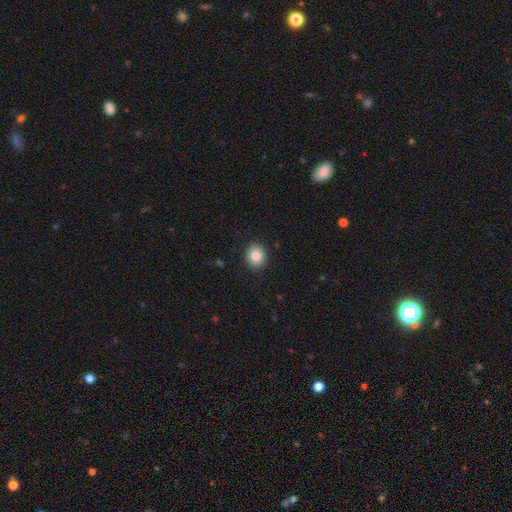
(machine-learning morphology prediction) smooth-or-featured: smooth: 85% | star or artifact: 9% | featured or disk: 6%
  how-rounded: round: 68% | in between: 31% | cigar-shaped: 1%
  merging: none: 90% | minor disturbance: 7% | major disturbance: 2% | merger: 1%